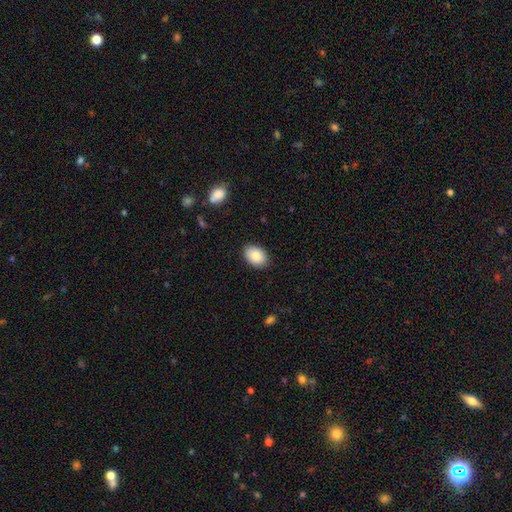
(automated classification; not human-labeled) The model was most divided on "how rounded": in between: 84%, round: 15%, cigar-shaped: 1%. More confident: merging — none (88%); smooth or featured — smooth (87%).